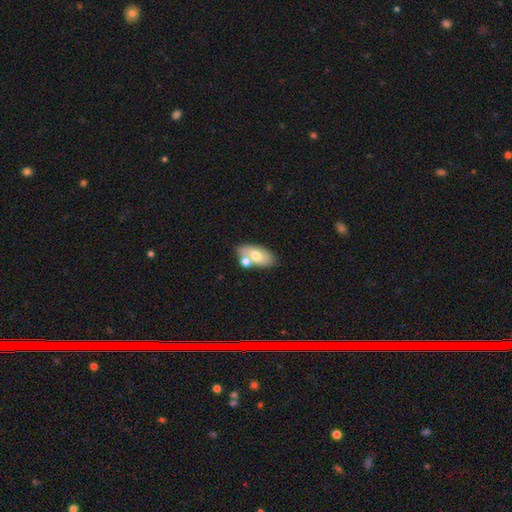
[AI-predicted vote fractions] Q: Smooth or featured?
A: smooth (63%); runner-up: featured or disk (30%)
Q: How rounded?
A: in between (91%); runner-up: round (6%)
Q: Merging?
A: none (55%); runner-up: merger (28%)